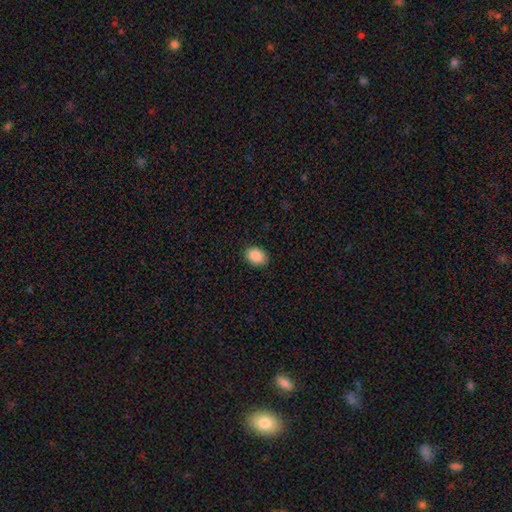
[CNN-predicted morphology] Q: Smooth or featured?
A: smooth (89%); runner-up: star or artifact (7%)
Q: How rounded?
A: in between (71%); runner-up: round (29%)
Q: Merging?
A: none (89%); runner-up: minor disturbance (8%)